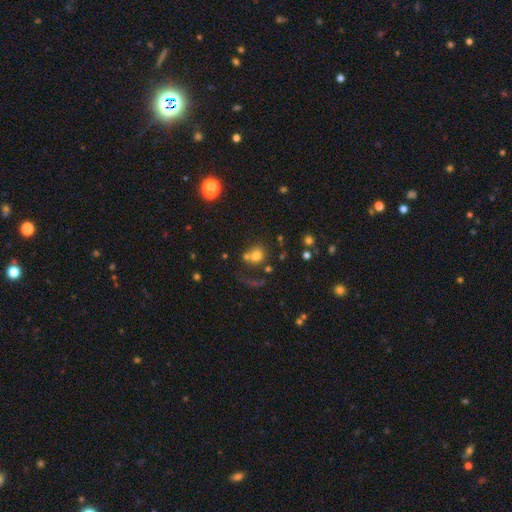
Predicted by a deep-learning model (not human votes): Q: Smooth or featured?
A: smooth (71%); runner-up: star or artifact (15%)
Q: How rounded?
A: round (68%); runner-up: in between (31%)
Q: Merging?
A: none (41%); runner-up: merger (32%)